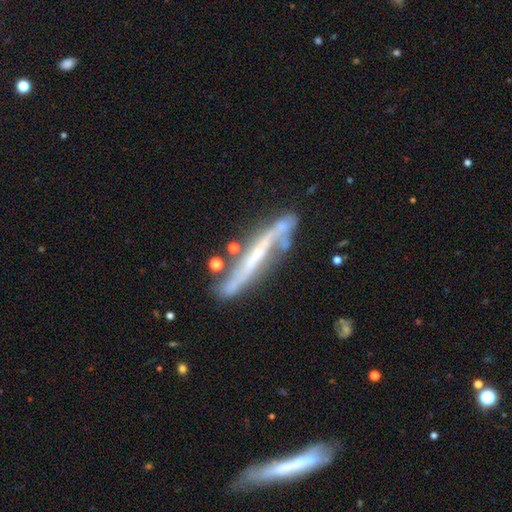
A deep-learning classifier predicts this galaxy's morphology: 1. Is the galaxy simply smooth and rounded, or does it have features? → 77% featured or disk, 16% smooth, 7% star or artifact.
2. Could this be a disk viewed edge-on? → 65% yes, 35% no.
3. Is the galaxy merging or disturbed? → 66% none, 20% minor disturbance, 7% major disturbance, 7% merger.